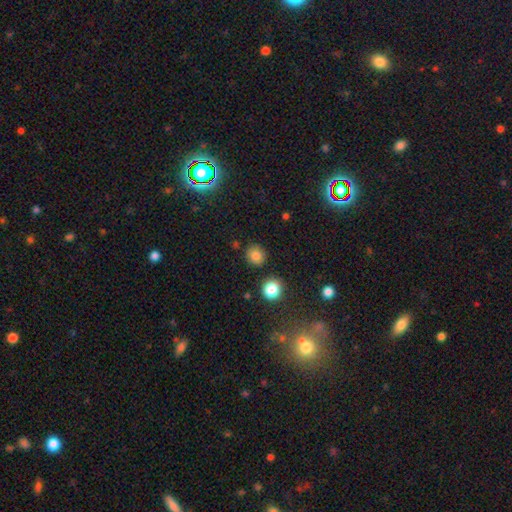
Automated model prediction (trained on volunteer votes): smooth 81%, star or artifact 13%, featured or disk 6%. Down the decision tree: how rounded — round (88%); merging — none (86%).